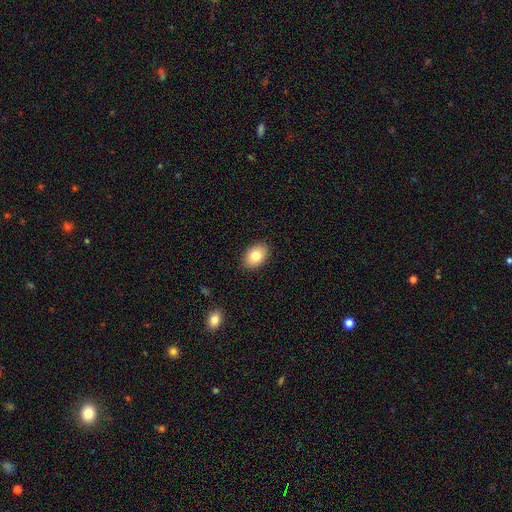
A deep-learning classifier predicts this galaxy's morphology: The model was most divided on "how rounded": in between: 84%, round: 15%, cigar-shaped: 1%. More confident: merging — none (88%); smooth or featured — smooth (82%).